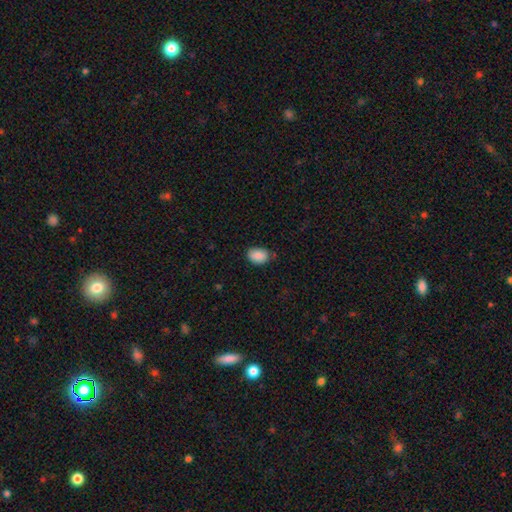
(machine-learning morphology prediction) smooth_or_featured: smooth (p=0.88) [alt: star or artifact p=0.07]
how_rounded: in between (p=0.75) [alt: round p=0.24]
merging: none (p=0.76) [alt: minor disturbance p=0.19]